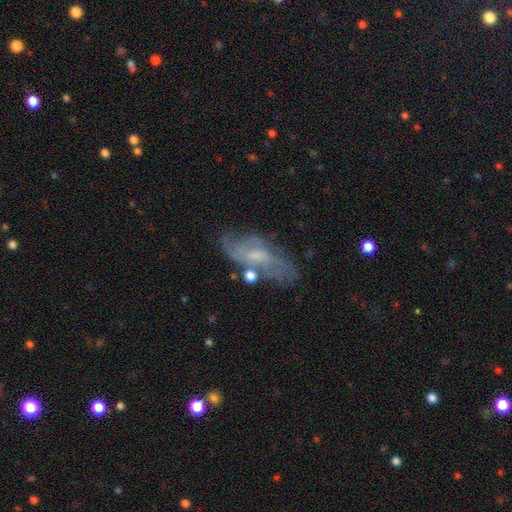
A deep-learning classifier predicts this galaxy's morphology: This is likely a featured or disk galaxy (64%). It is clearly not viewed edge-on (86%). Bar: possibly no (49%). Spiral arm pattern: likely yes (74%). Central bulge: possibly small (47%). Merging: possibly none (59%).